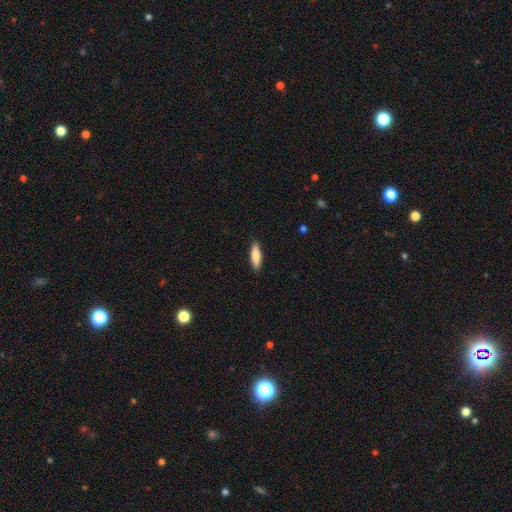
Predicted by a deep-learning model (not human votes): Q: Smooth or featured?
A: smooth (79%); runner-up: featured or disk (16%)
Q: How rounded?
A: cigar-shaped (59%); runner-up: in between (39%)
Q: Merging?
A: none (90%); runner-up: minor disturbance (7%)